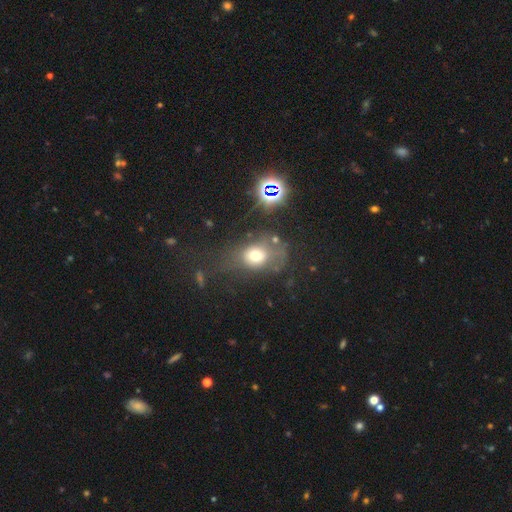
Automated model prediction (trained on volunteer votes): Q: Smooth or featured?
A: smooth (63%); runner-up: star or artifact (19%)
Q: How rounded?
A: round (53%); runner-up: in between (45%)
Q: Merging?
A: none (38%); runner-up: major disturbance (33%)